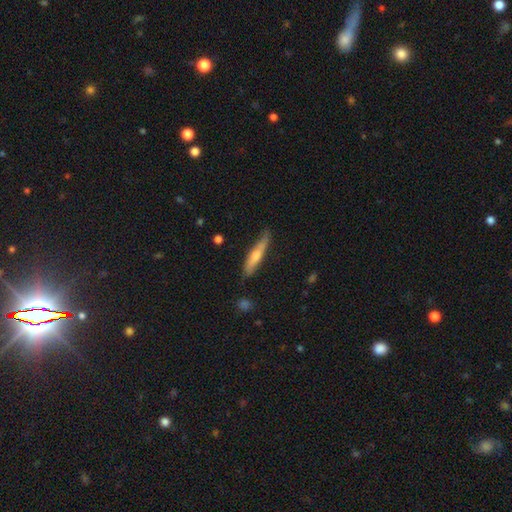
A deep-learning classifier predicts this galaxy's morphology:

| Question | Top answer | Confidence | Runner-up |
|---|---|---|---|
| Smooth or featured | smooth | 54% | featured or disk (40%) |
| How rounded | cigar-shaped | 89% | in between (10%) |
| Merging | none | 79% | minor disturbance (17%) |